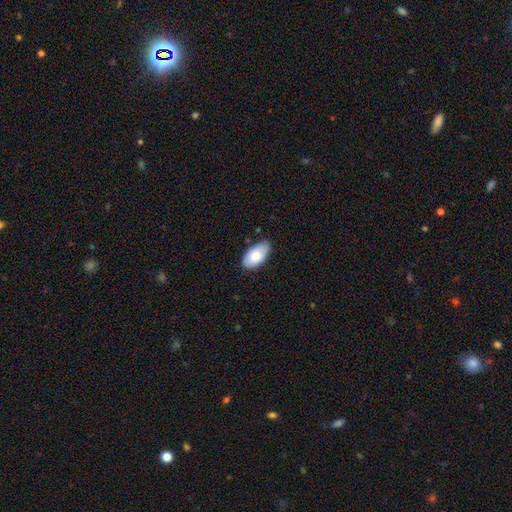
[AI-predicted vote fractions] Smooth or featured?
  - smooth: 76% *
  - featured or disk: 17%
  - star or artifact: 6%
How rounded?
  - in between: 95% *
  - round: 3%
  - cigar-shaped: 2%
Merging?
  - none: 78% *
  - minor disturbance: 18%
  - major disturbance: 2%
  - merger: 1%